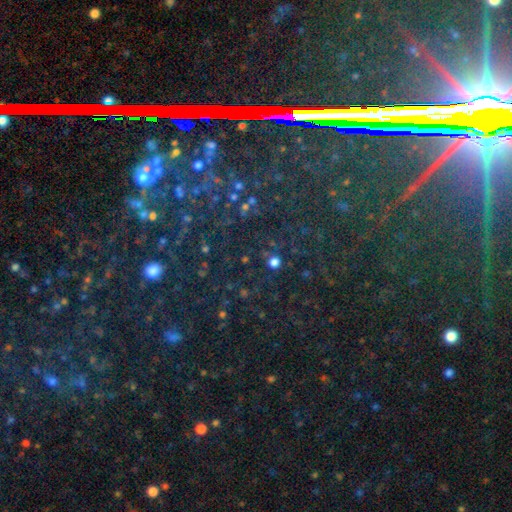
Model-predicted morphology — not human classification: A star or artifact, not a galaxy (85%).